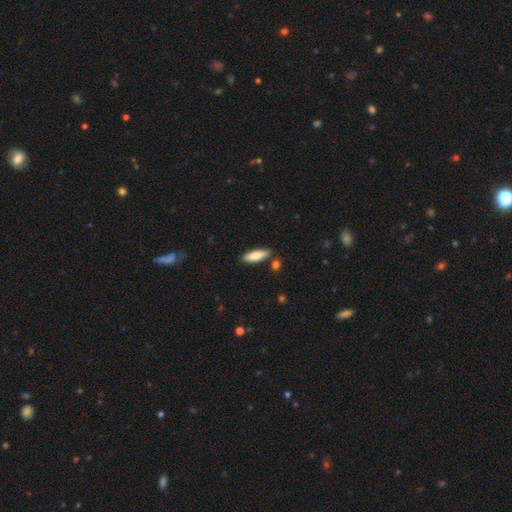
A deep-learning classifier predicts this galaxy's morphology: The model was most divided on "how rounded": in between: 54%, cigar-shaped: 44%, round: 2%. More confident: merging — none (83%); smooth or featured — smooth (81%).